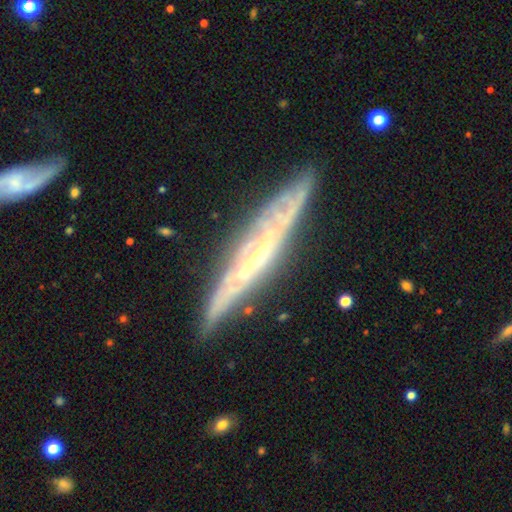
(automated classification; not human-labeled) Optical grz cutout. It shows a featured or disk galaxy (79%) viewed edge-on (65%) with no central bulge (58%). Merging: none (78%).